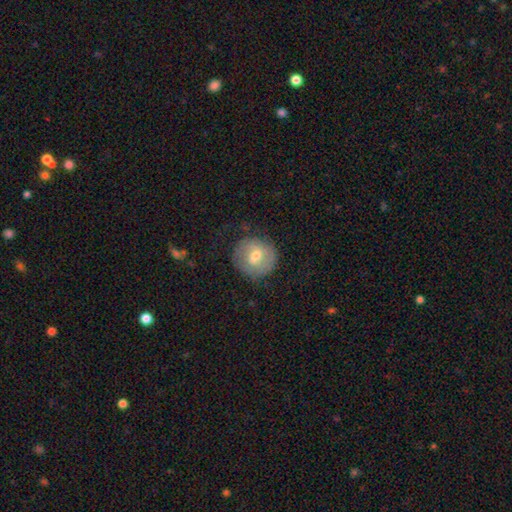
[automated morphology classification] Smooth or featured? smooth (53%)
How rounded? round (89%)
Merging? none (68%)